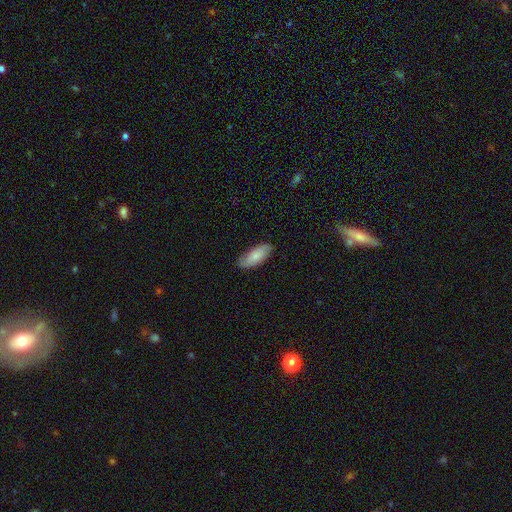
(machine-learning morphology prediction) Smooth or featured? Predicted: smooth (p=0.78). How rounded? Predicted: in between (p=0.80). Merging? Predicted: none (p=0.82).